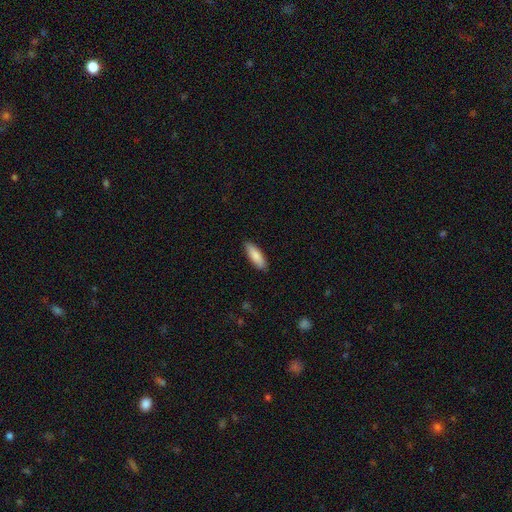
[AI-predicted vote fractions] smooth 86%, featured or disk 8%, star or artifact 5%. Down the decision tree: how rounded — in between (57%); merging — none (88%).